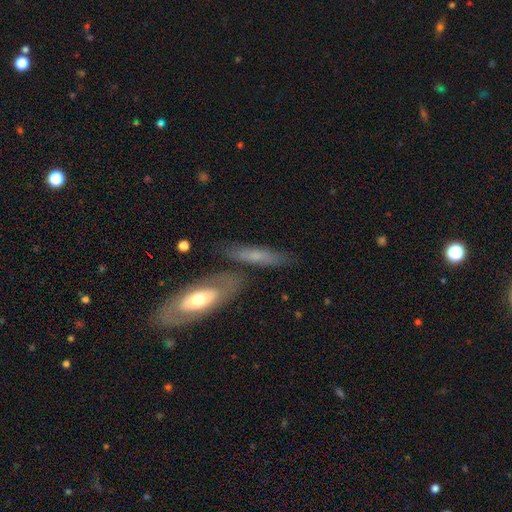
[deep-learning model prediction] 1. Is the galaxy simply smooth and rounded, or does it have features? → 48% smooth, 44% featured or disk, 8% star or artifact.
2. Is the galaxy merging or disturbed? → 70% none, 14% minor disturbance, 11% merger, 5% major disturbance.